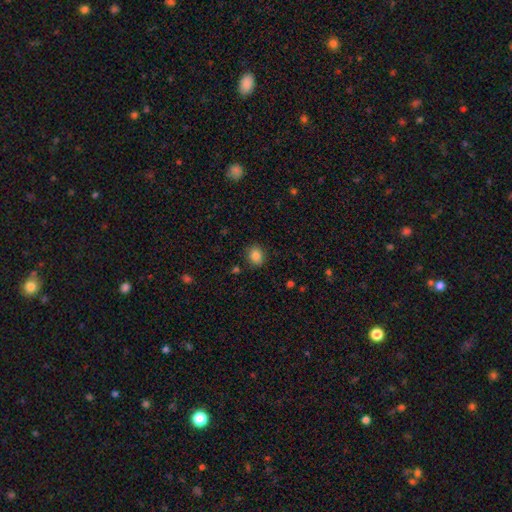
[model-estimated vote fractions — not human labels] Smooth or featured: smooth — 85% (star or artifact — 10%)
How rounded: round — 51% (in between — 48%)
Merging: none — 86% (minor disturbance — 10%)